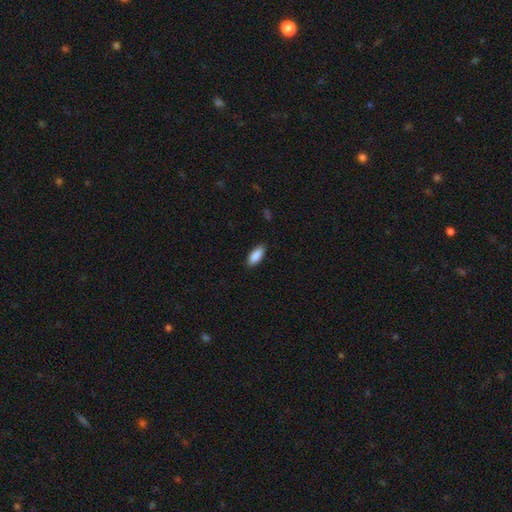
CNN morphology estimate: smooth 90%, star or artifact 6%, featured or disk 4%. Down the decision tree: how rounded — in between (83%); merging — none (86%).